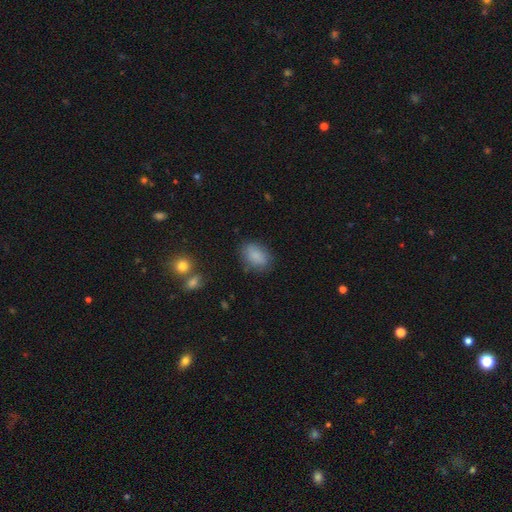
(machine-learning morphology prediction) Smooth or featured? smooth (86%)
How rounded? in between (86%)
Merging? none (78%)